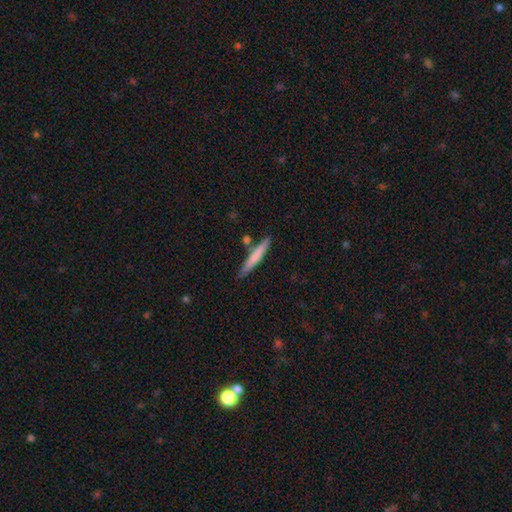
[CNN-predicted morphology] Smooth or featured? smooth (67%)
How rounded? cigar-shaped (95%)
Merging? none (81%)